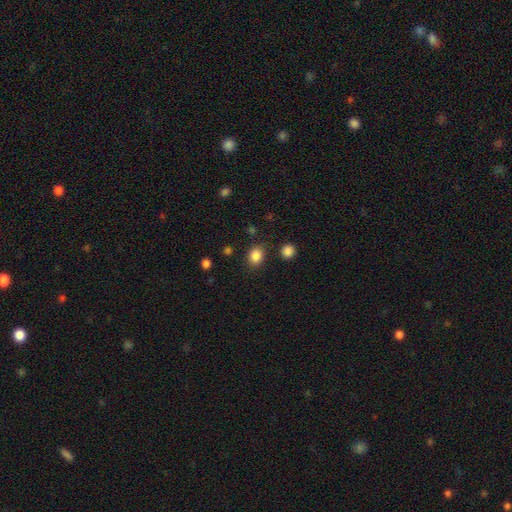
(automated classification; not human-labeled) This appears to be a smooth galaxy with no disk features (85%) that is round (52%). Merging: none (84%).